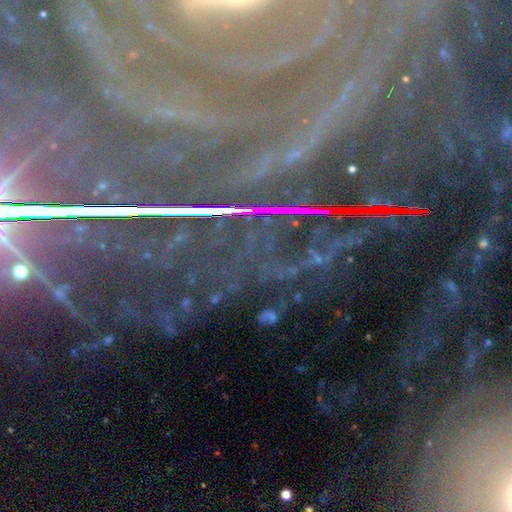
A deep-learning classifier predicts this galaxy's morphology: This appears to be a star or artifact, not a galaxy (83%).